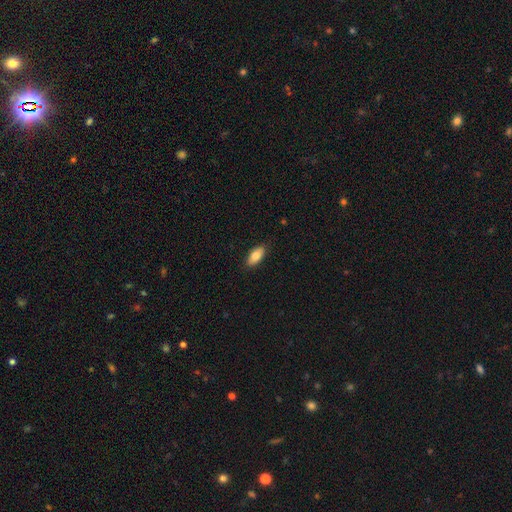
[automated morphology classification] Overall: smooth (80%). How rounded: in between (90%). Merging: none (88%).